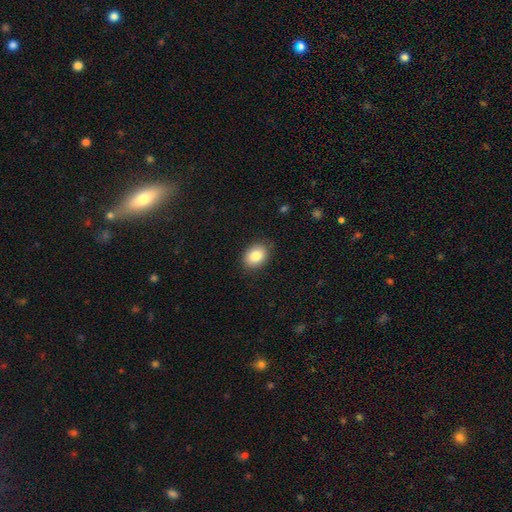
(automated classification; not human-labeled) Overall: smooth (84%). How rounded: in between (67%; round 32%). Merging: none (85%).